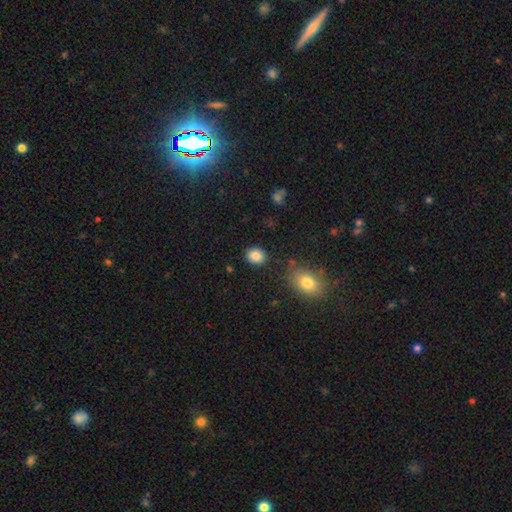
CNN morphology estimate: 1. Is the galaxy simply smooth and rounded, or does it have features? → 87% smooth, 9% star or artifact, 5% featured or disk.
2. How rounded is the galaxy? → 67% round, 32% in between, 1% cigar-shaped.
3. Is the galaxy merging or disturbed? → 86% none, 9% minor disturbance, 3% major disturbance, 2% merger.